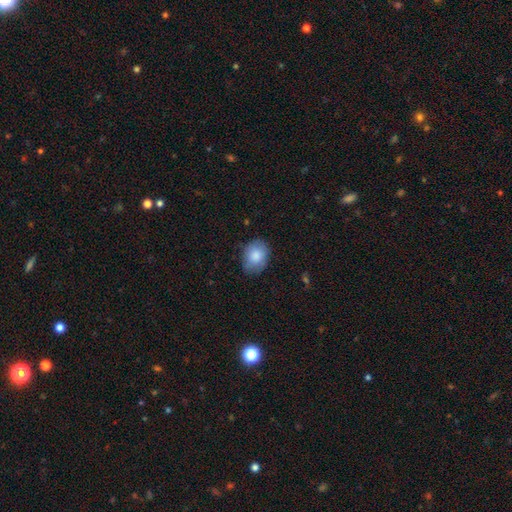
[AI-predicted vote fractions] This appears to be a smooth galaxy with no disk features (83%) that is in between round and cigar-shaped (66%). Merging: none (77%).